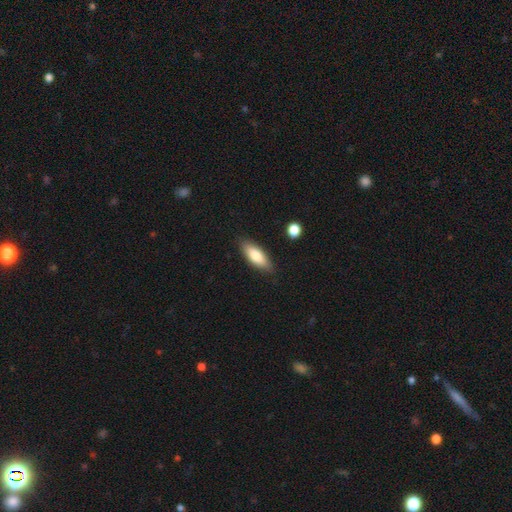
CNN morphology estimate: A smooth galaxy with no disk features (78%) that is in between round and cigar-shaped (69%). Merging: none (86%).